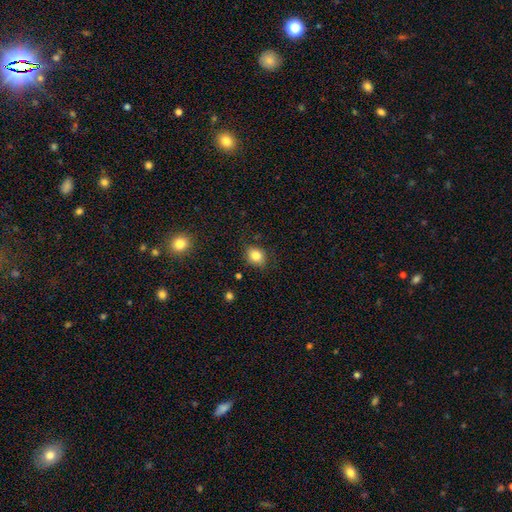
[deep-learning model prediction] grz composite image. It shows a smooth galaxy with no disk features (83%) that is in between round and cigar-shaped (50%). Merging: none (79%).